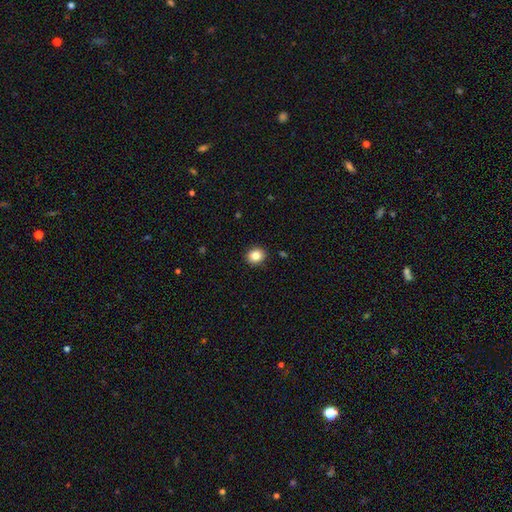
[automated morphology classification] smooth 85%, star or artifact 10%, featured or disk 5%. Down the decision tree: how rounded — round (73%); merging — none (91%).